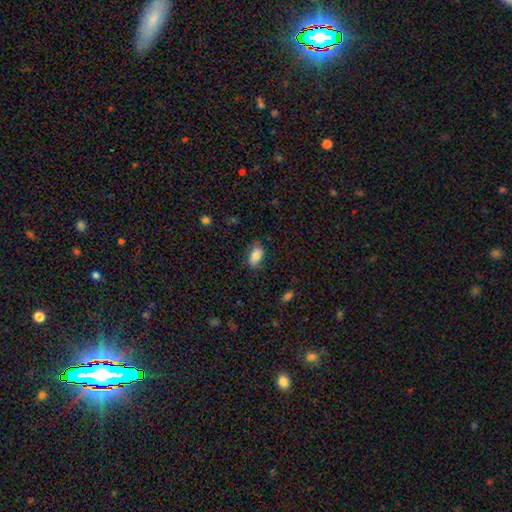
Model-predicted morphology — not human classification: smooth 81%, featured or disk 12%, star or artifact 8%. Down the decision tree: how rounded — in between (92%); merging — none (75%).